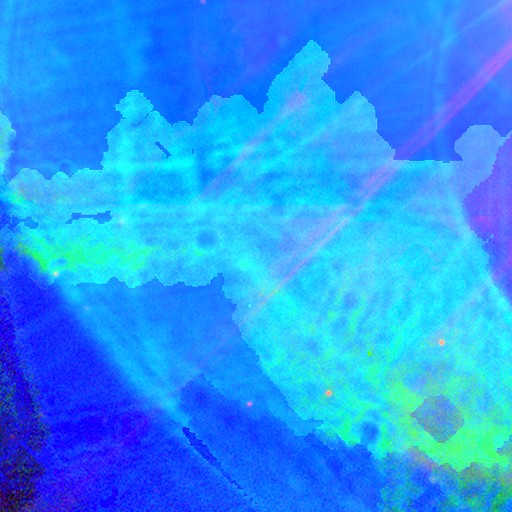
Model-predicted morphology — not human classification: The model was most divided on "smooth or featured": star or artifact: 86%, featured or disk: 8%, smooth: 6%.